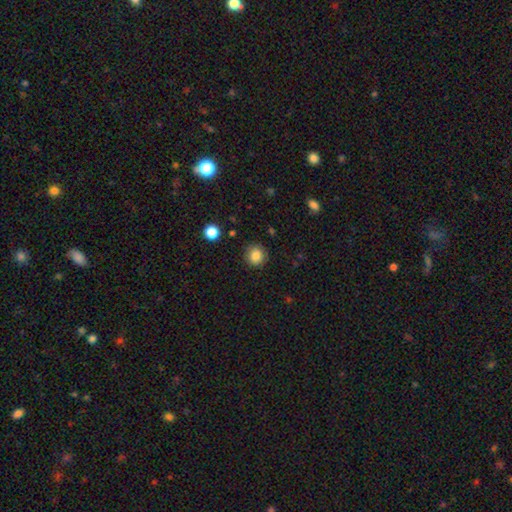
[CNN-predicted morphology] A smooth galaxy with no disk features (84%) that is round (90%). Merging: none (89%).